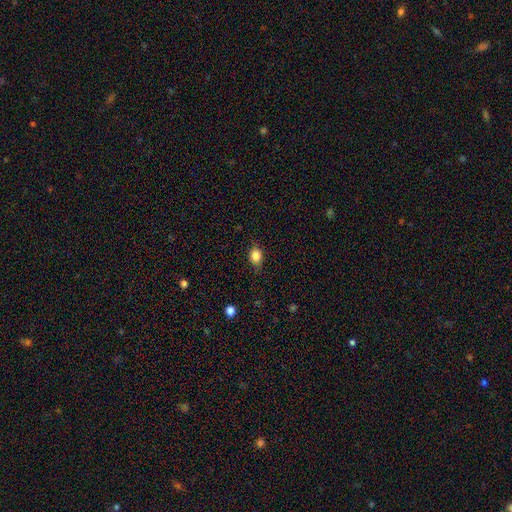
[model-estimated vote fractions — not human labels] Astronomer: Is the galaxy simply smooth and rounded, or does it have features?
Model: smooth — 85%.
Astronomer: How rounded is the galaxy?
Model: in between — 62%.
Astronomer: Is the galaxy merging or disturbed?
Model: none — 81%.